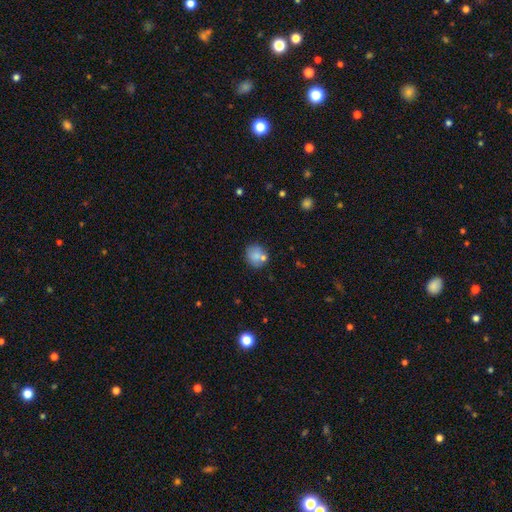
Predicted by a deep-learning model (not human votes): Overall: smooth (79%). How rounded: round (83%). Merging: none (69%).